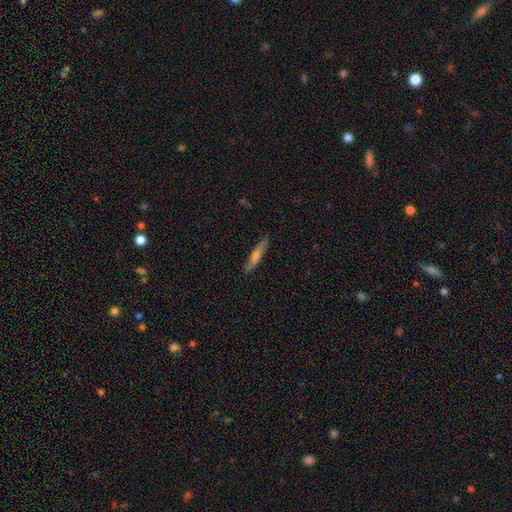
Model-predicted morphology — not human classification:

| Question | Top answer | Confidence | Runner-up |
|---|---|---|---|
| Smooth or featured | smooth | 54% | featured or disk (39%) |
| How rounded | cigar-shaped | 88% | in between (10%) |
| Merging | none | 85% | minor disturbance (12%) |